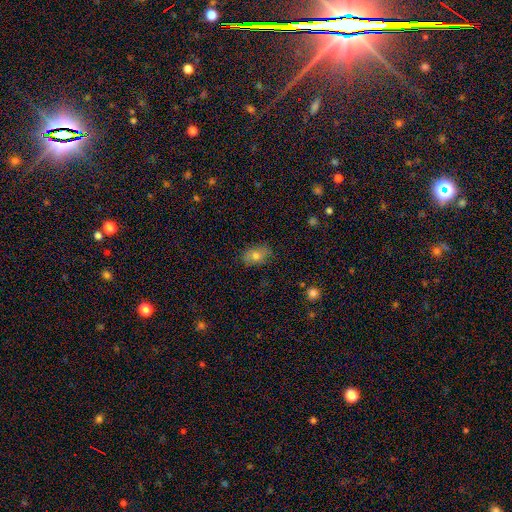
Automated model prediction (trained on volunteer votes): The model was most divided on "smooth or featured": smooth: 74%, featured or disk: 15%, star or artifact: 11%. More confident: how rounded — in between (82%); merging — none (82%).